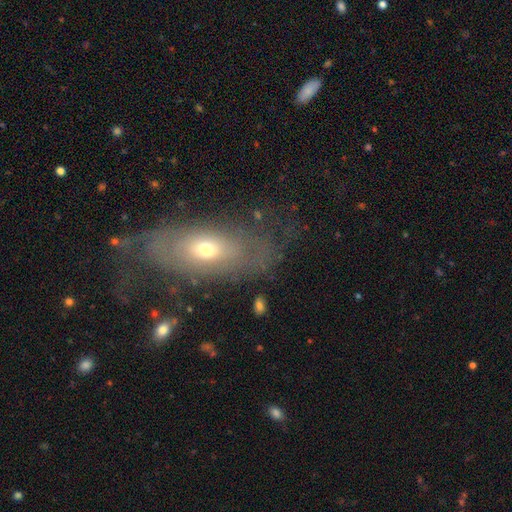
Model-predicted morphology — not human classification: type=featured or disk (55%); edge-on=no (80%); merging=none (64%).